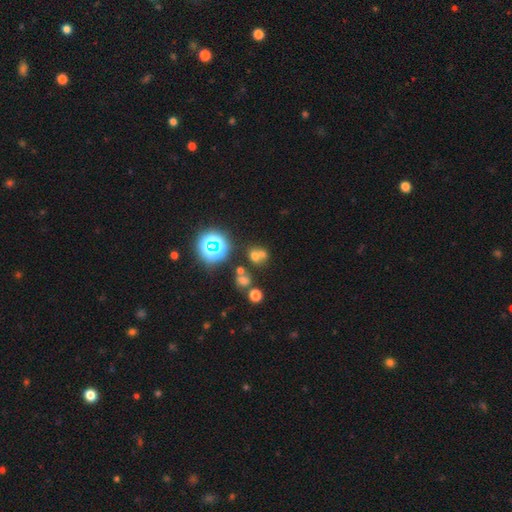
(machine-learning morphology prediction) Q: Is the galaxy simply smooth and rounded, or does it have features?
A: smooth — 53%.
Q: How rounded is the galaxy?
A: round — 69%.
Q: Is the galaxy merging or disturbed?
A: merger — 44%.